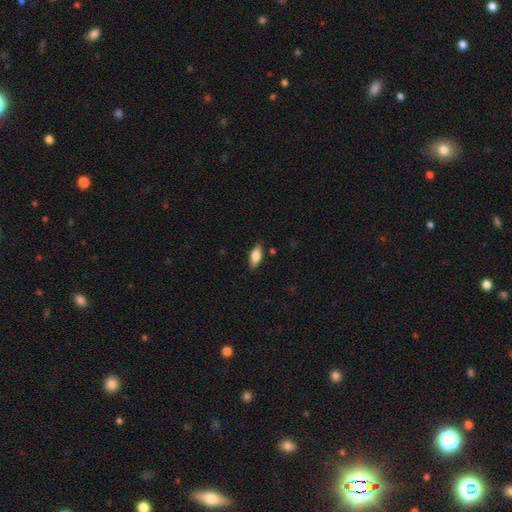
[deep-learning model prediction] The model was most divided on "smooth or featured": smooth: 76%, featured or disk: 17%, star or artifact: 7%. More confident: how rounded — in between (83%); merging — none (82%).